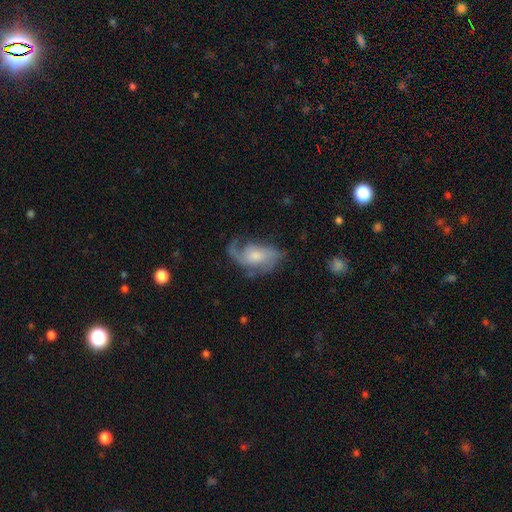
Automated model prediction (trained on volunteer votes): A featured or disk galaxy (76%) with no bar (63%), 2 (49%) medium (42%) spiral arms (92%) and a moderate central bulge (49%).

Vote fractions:
- Smooth or featured? featured or disk: 76% / smooth: 18% / star or artifact: 6%
- Edge-on disk? no: 96% / yes: 4%
- Bar? no: 63% / weak: 31% / strong: 5%
- Spiral arms? yes: 92% / no: 8%
- Spiral winding? medium: 42% / loose: 41% / tight: 17%
- Spiral arm count? 2: 49% / 1: 20% / can't tell: 13% / 3: 12% / 4: 3% / more than 4: 3%
- Bulge size? moderate: 49% / small: 29% / large: 12% / none: 7% / dominant: 2%
- Merging? none: 52% / minor disturbance: 23% / major disturbance: 23% / merger: 2%